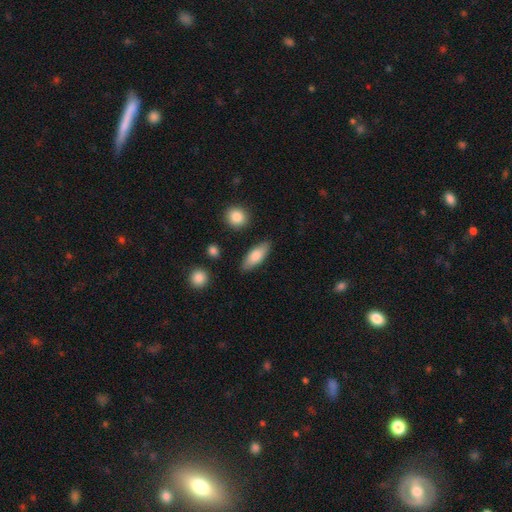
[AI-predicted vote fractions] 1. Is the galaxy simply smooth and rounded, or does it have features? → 78% smooth, 16% featured or disk, 6% star or artifact.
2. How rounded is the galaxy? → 74% in between, 23% cigar-shaped, 3% round.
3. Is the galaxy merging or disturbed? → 85% none, 10% minor disturbance, 3% merger, 2% major disturbance.